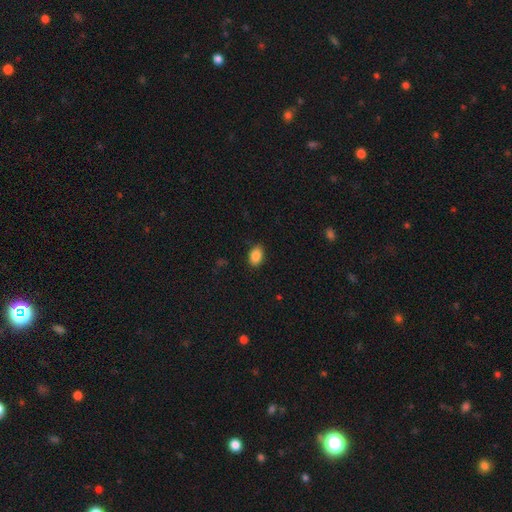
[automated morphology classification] smooth_or_featured: smooth (p=0.88) [alt: star or artifact p=0.08]
how_rounded: in between (p=0.83) [alt: round p=0.15]
merging: none (p=0.86) [alt: minor disturbance p=0.10]